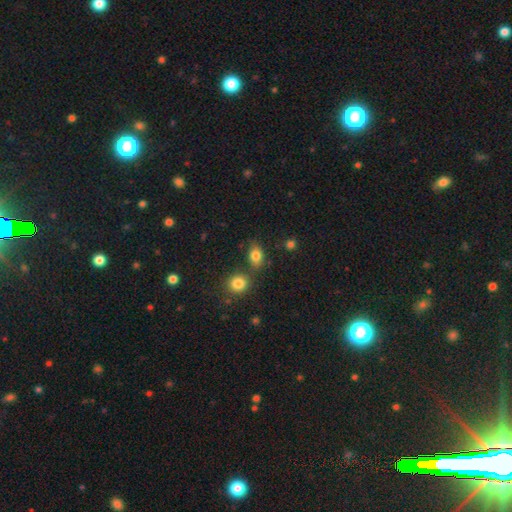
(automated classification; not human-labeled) Smooth or featured? Predicted: smooth (p=0.82). How rounded? Predicted: in between (p=0.69). Merging? Predicted: none (p=0.67).